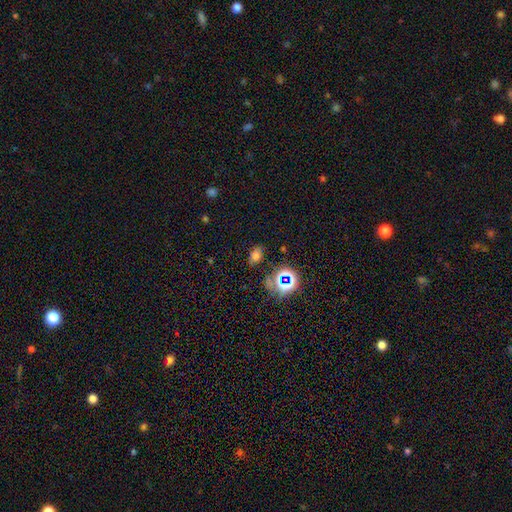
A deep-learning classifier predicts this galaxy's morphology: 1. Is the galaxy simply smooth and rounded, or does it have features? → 61% smooth, 28% star or artifact, 11% featured or disk.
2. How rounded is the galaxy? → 82% in between, 17% round, 2% cigar-shaped.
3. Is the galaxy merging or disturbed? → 79% none, 14% minor disturbance, 5% major disturbance, 3% merger.